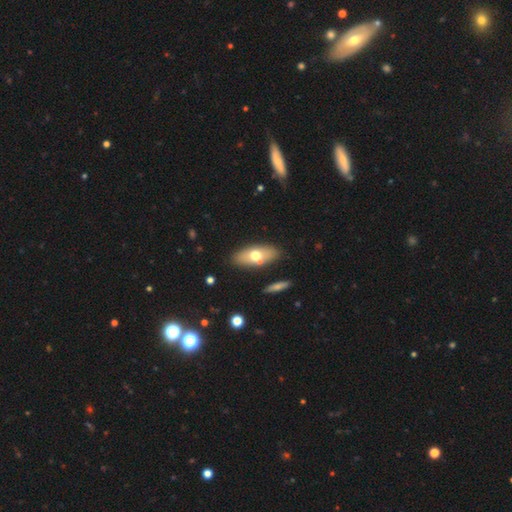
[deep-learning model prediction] smooth-or-featured: smooth: 62% | featured or disk: 31% | star or artifact: 7%
  how-rounded: in between: 82% | cigar-shaped: 14% | round: 4%
  merging: none: 80% | minor disturbance: 10% | merger: 7% | major disturbance: 3%